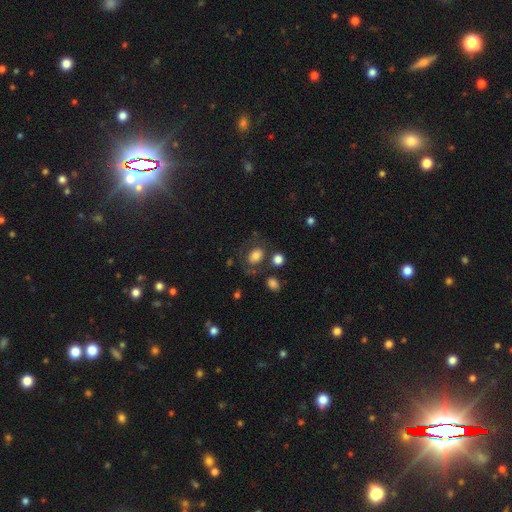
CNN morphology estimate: Overall: smooth (72%). How rounded: in between (63%; round 36%). Merging: none (61%).